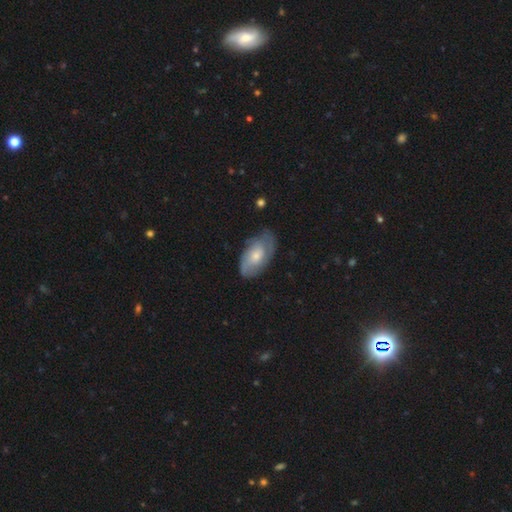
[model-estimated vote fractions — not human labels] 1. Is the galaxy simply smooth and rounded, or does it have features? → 52% featured or disk, 43% smooth, 6% star or artifact.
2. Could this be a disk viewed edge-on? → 93% no, 7% yes.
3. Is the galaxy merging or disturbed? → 67% none, 24% minor disturbance, 7% major disturbance, 1% merger.